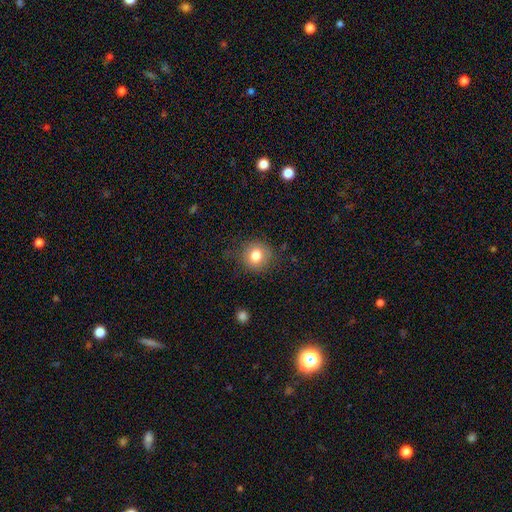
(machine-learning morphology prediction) Q: Smooth or featured?
A: smooth (81%); runner-up: star or artifact (10%)
Q: How rounded?
A: round (86%); runner-up: in between (13%)
Q: Merging?
A: none (80%); runner-up: minor disturbance (14%)